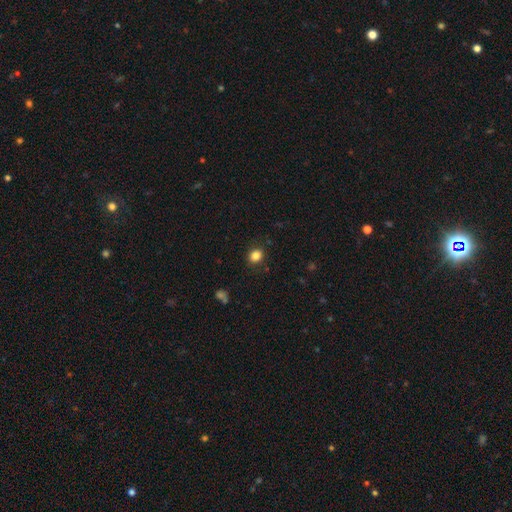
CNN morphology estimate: smooth-or-featured: smooth: 85% | star or artifact: 11% | featured or disk: 5%
  how-rounded: round: 56% | in between: 43% | cigar-shaped: 1%
  merging: none: 87% | minor disturbance: 9% | major disturbance: 2% | merger: 1%